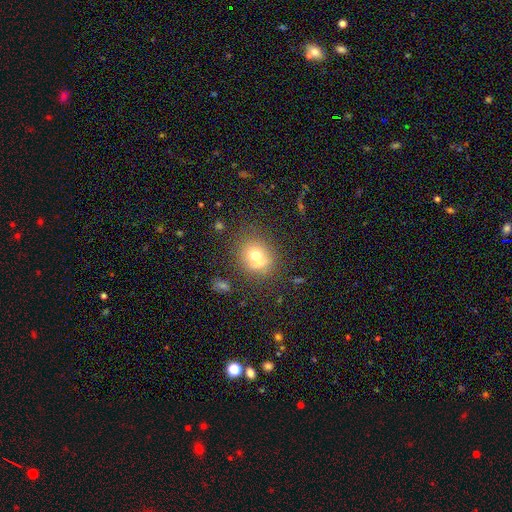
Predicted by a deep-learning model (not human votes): smooth-or-featured: smooth: 67% | featured or disk: 18% | star or artifact: 14%
  how-rounded: round: 77% | in between: 22% | cigar-shaped: 1%
  merging: none: 55% | merger: 22% | minor disturbance: 16% | major disturbance: 8%